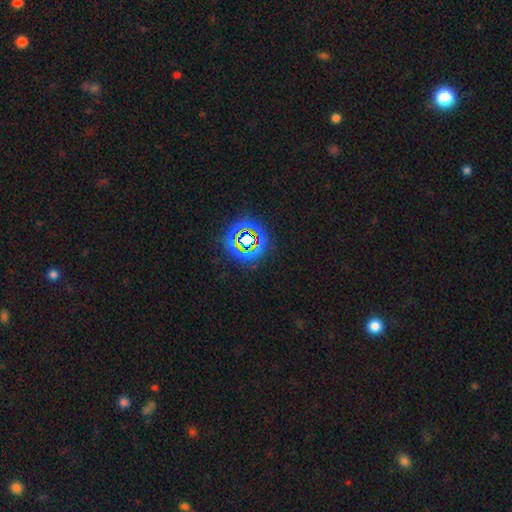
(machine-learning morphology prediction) Overall: smooth (38%; star or artifact 34%). Merging: none (84%).